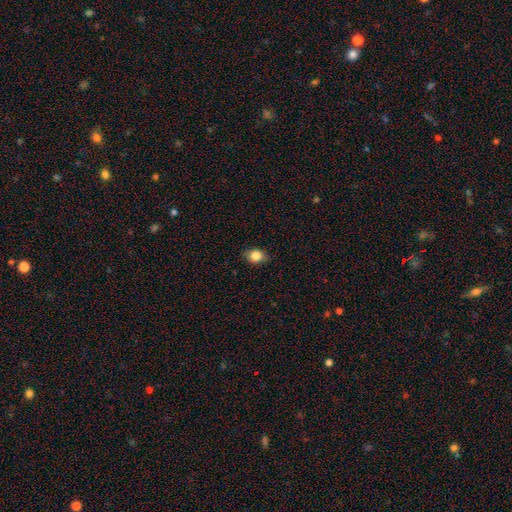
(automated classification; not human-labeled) The model was most divided on "how rounded": in between: 59%, round: 40%, cigar-shaped: 1%. More confident: merging — none (85%); smooth or featured — smooth (84%).